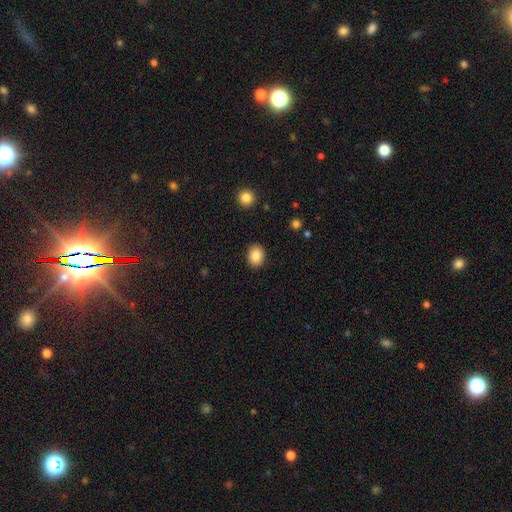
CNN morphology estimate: This is clearly a smooth galaxy (87%). How rounded: possibly in between (58%). Merging: clearly none (90%).